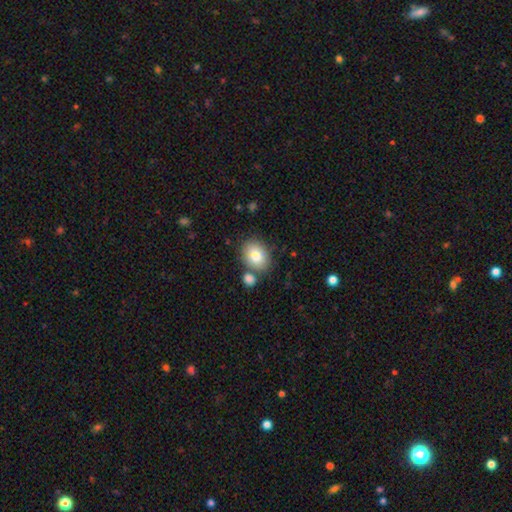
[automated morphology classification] Smooth or featured? Predicted: smooth (p=0.83). How rounded? Predicted: in between (p=0.68). Merging? Predicted: none (p=0.69).